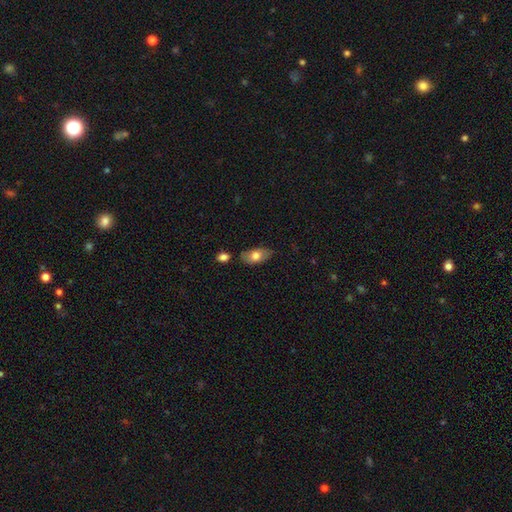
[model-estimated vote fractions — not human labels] A smooth galaxy with no disk features (74%) that is in between round and cigar-shaped (91%). Merging: none (75%).